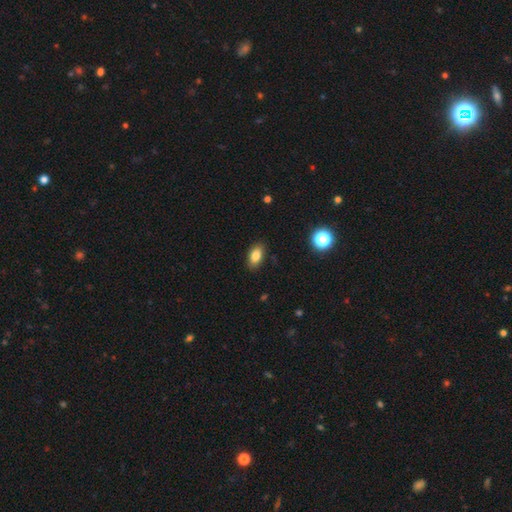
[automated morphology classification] smooth-or-featured: smooth: 82% | star or artifact: 9% | featured or disk: 9%
  how-rounded: in between: 89% | round: 6% | cigar-shaped: 4%
  merging: none: 88% | minor disturbance: 9% | major disturbance: 2% | merger: 1%